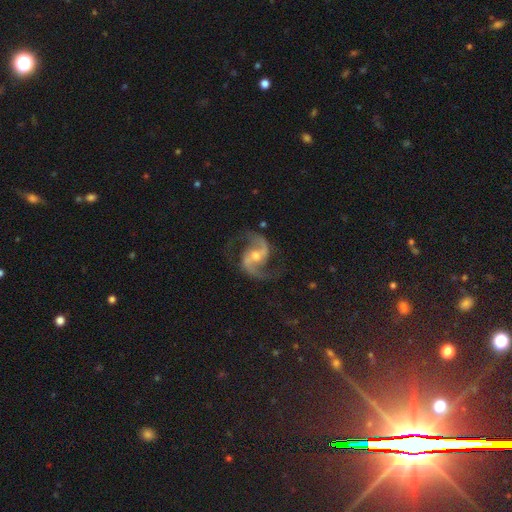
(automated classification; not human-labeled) A featured or disk galaxy (92%) with a weak bar (42%), 2 (94%) medium (50%) spiral arms (98%) and a moderate central bulge (58%). Merging: none (78%).